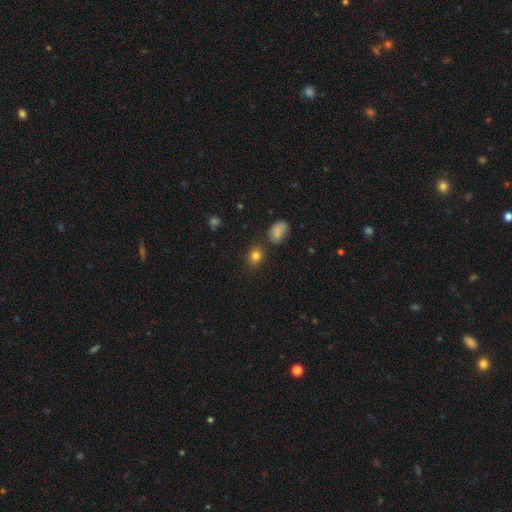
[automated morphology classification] type=smooth (81%); roundness=round (54%); merging=none (79%).